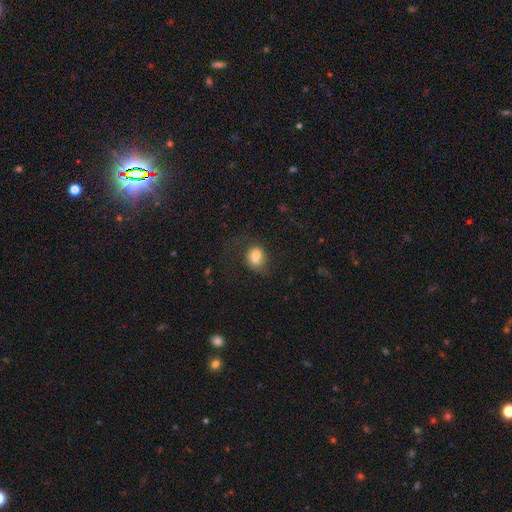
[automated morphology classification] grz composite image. It shows a smooth galaxy with no disk features (71%) that is round (61%). Merging: merger (44%).